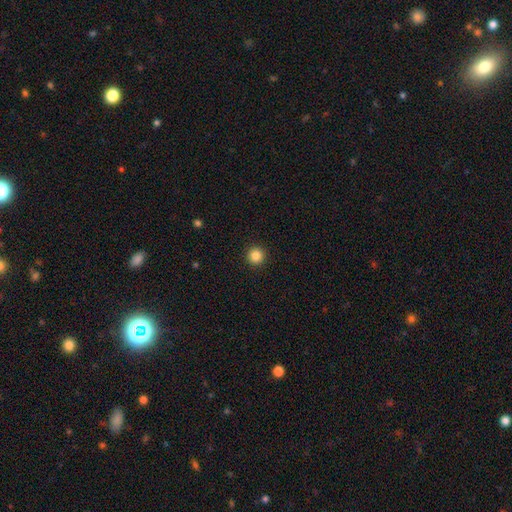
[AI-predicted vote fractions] Smooth or featured?
  - smooth: 85% *
  - star or artifact: 11%
  - featured or disk: 4%
How rounded?
  - round: 96% *
  - in between: 3%
  - cigar-shaped: 1%
Merging?
  - none: 93% *
  - minor disturbance: 4%
  - major disturbance: 2%
  - merger: 1%